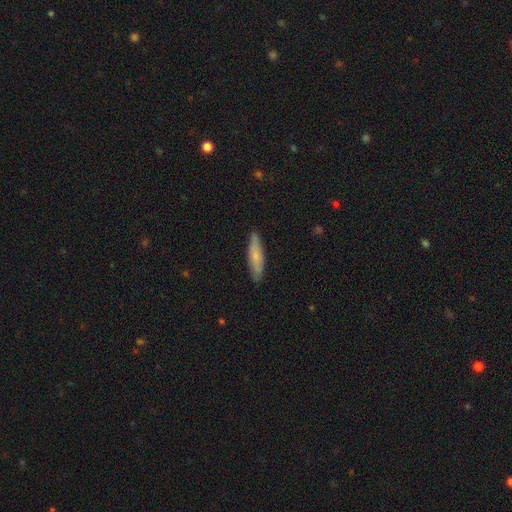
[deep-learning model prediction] smooth 66%, featured or disk 29%, star or artifact 6%. Down the decision tree: how rounded — cigar-shaped (81%); merging — none (85%).